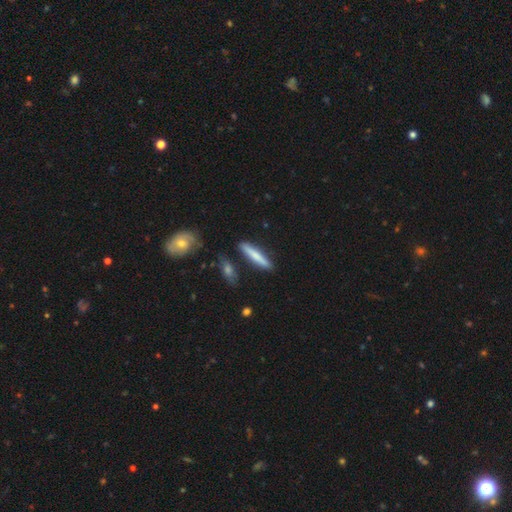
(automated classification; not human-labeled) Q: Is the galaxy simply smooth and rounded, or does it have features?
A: smooth — 69%.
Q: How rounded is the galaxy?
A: cigar-shaped — 91%.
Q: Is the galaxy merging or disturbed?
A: none — 86%.